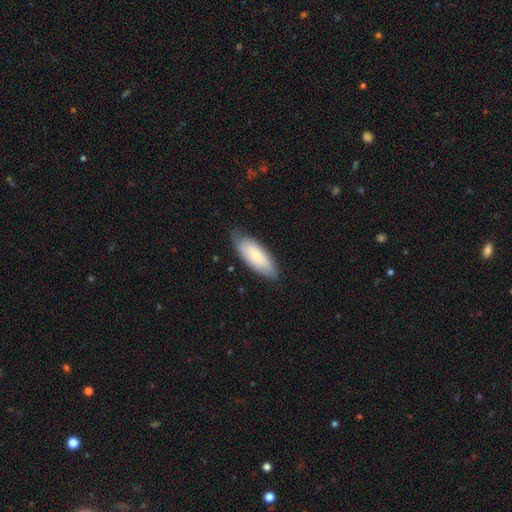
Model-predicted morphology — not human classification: Smooth or featured? smooth (62%)
How rounded? in between (78%)
Merging? none (74%)